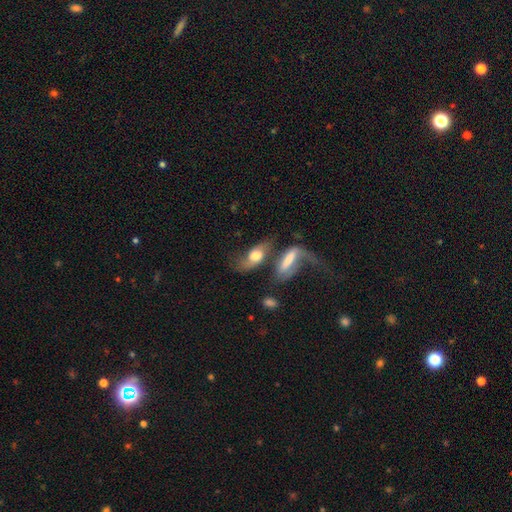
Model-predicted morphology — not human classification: Smooth or featured? Predicted: smooth (p=0.48). Merging? Predicted: merger (p=0.42).